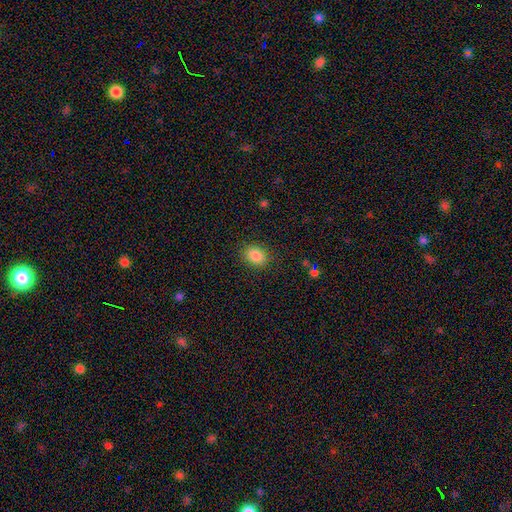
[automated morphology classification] A smooth galaxy with no disk features (86%) that is in between round and cigar-shaped (56%). Merging: none (86%).